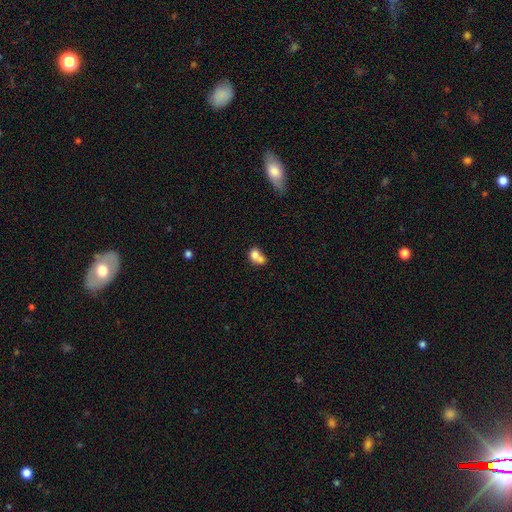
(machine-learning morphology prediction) Smooth or featured? Predicted: smooth (p=0.73). How rounded? Predicted: in between (p=0.54). Merging? Predicted: merger (p=0.64).